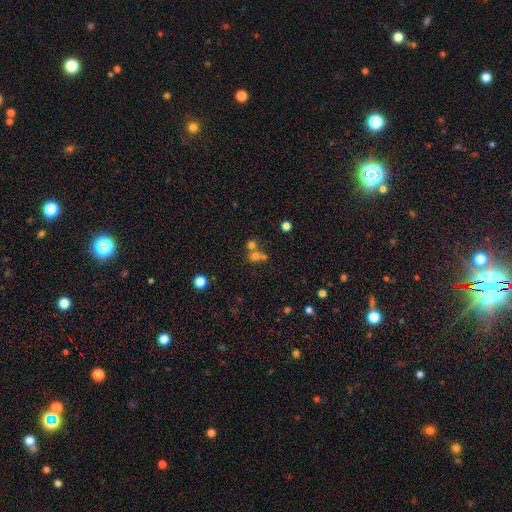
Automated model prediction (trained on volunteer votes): The model was most divided on "merging": merger: 49%, none: 41%, minor disturbance: 6%, major disturbance: 4%. More confident: how rounded — round (80%); smooth or featured — smooth (64%).